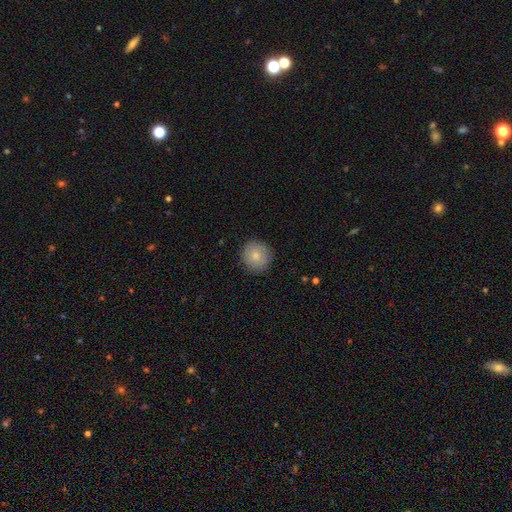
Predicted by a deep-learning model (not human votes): Smooth or featured?
  - smooth: 76% *
  - featured or disk: 16%
  - star or artifact: 8%
How rounded?
  - round: 93% *
  - in between: 6%
  - cigar-shaped: 1%
Merging?
  - none: 87% *
  - minor disturbance: 10%
  - major disturbance: 2%
  - merger: 1%